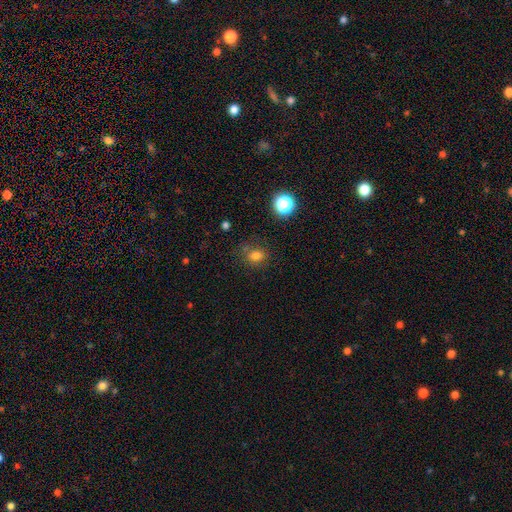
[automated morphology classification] The model was most divided on "how rounded": round: 61%, in between: 38%, cigar-shaped: 1%. More confident: smooth or featured — smooth (75%); merging — none (72%).